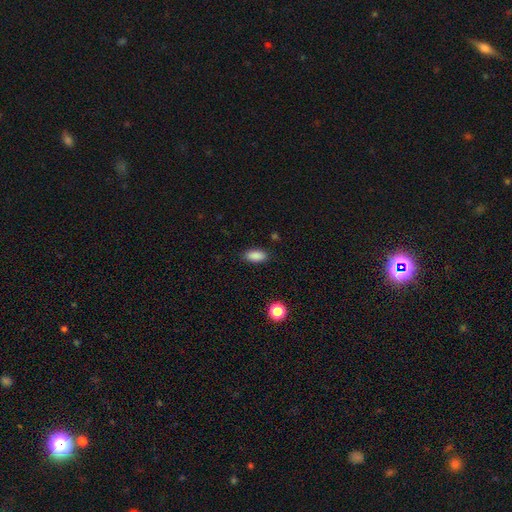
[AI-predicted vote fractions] This appears to be a smooth galaxy with no disk features (88%) that is in between round and cigar-shaped (90%). Merging: none (86%).